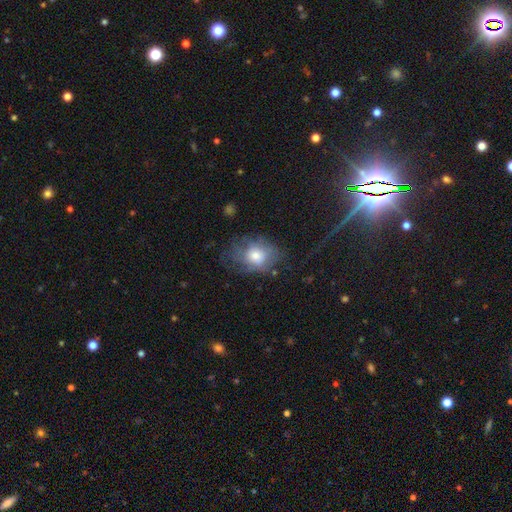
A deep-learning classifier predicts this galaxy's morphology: Overall: smooth (55%; featured or disk 35%). How rounded: in between (60%; round 39%). Merging: none (51%; minor disturbance 24%).